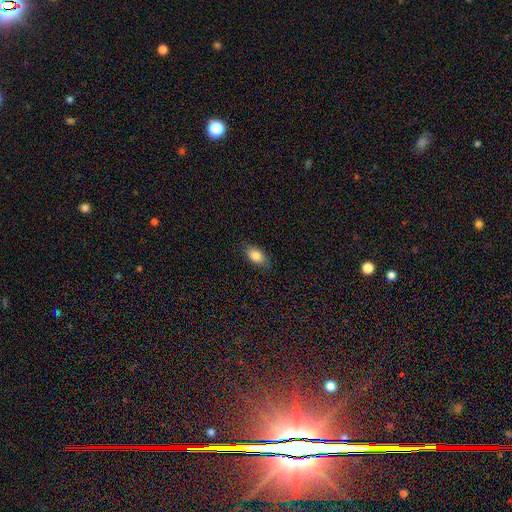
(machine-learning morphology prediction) Smooth or featured: smooth — 82% (featured or disk — 11%)
How rounded: in between — 89% (round — 6%)
Merging: none — 82% (minor disturbance — 14%)